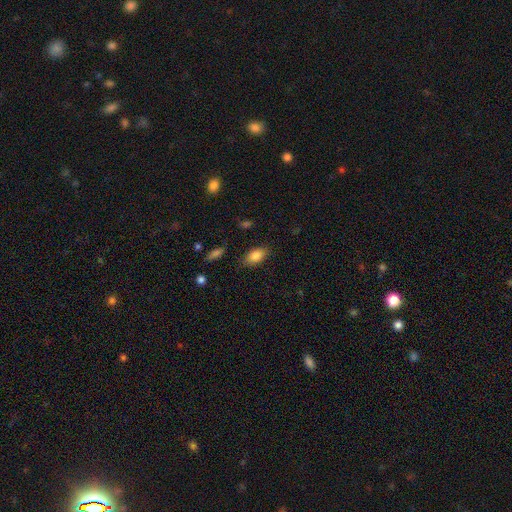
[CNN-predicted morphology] This appears to be a smooth galaxy with no disk features (85%) that is in between round and cigar-shaped (90%). Merging: none (82%).